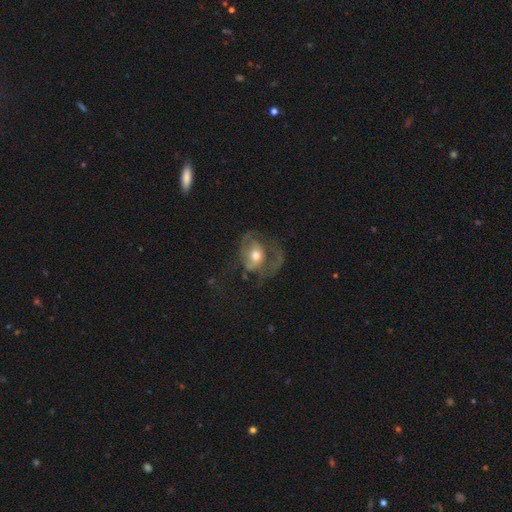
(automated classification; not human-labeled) Overall: featured or disk (60%; smooth 32%). Edge-on disk: no (96%). Bar: no (73%). Spiral arms: yes (60%; no 40%). Bulge size: moderate (69%). Merging: major disturbance (49%; none 29%).